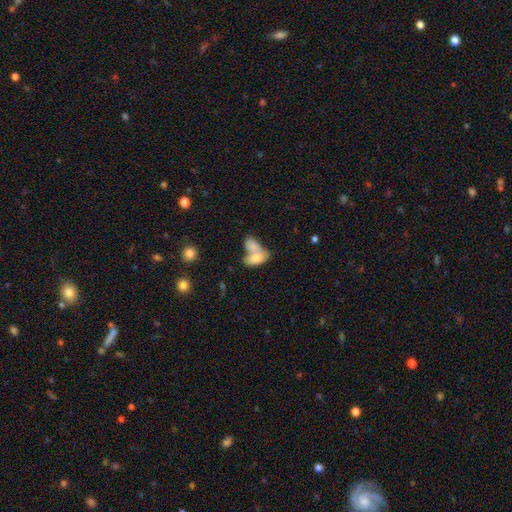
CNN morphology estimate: Overall: smooth (75%). How rounded: in between (88%). Merging: merger (66%).